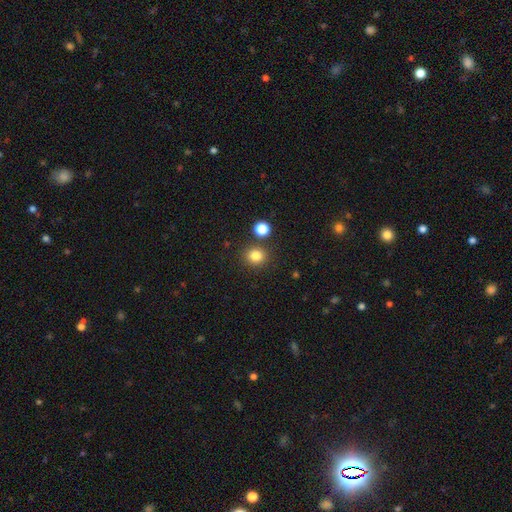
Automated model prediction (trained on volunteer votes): Q: Smooth or featured?
A: smooth (83%); runner-up: star or artifact (12%)
Q: How rounded?
A: round (86%); runner-up: in between (14%)
Q: Merging?
A: none (83%); runner-up: merger (7%)